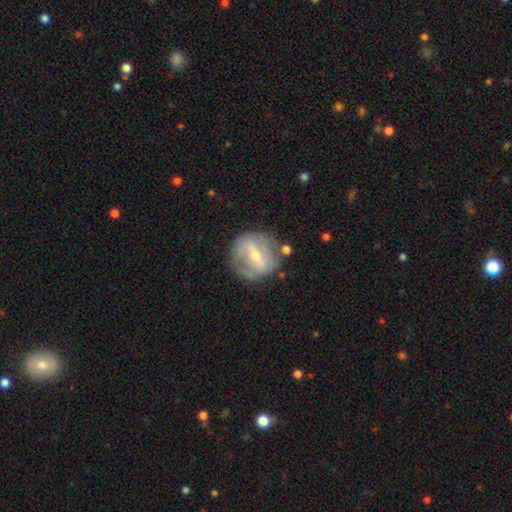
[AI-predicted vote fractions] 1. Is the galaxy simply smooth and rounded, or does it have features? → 66% featured or disk, 27% smooth, 7% star or artifact.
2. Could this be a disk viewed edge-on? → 91% no, 9% yes.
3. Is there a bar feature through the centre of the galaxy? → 55% strong, 32% weak, 13% no.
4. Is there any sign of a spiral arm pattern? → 59% no, 41% yes.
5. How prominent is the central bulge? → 52% small, 43% moderate, 2% large, 2% none, 1% dominant.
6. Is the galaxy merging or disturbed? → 68% none, 18% minor disturbance, 9% major disturbance, 5% merger.